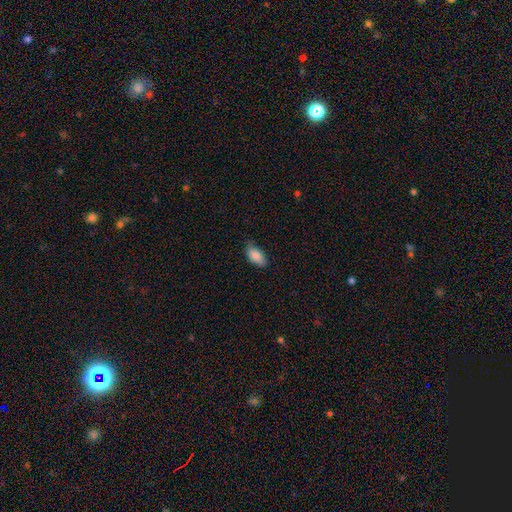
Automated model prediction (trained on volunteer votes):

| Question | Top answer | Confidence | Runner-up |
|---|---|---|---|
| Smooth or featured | smooth | 87% | star or artifact (7%) |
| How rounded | in between | 91% | cigar-shaped (6%) |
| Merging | none | 72% | minor disturbance (23%) |